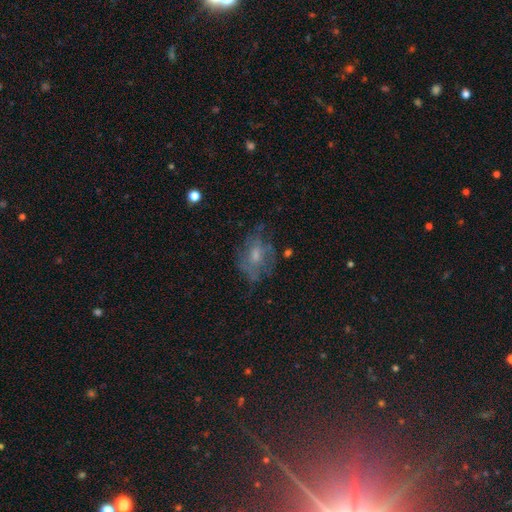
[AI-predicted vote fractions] Morphology: type=featured or disk (54%); edge-on=no (96%); bar=no (69%); spiral arms=no (51%); bulge=small (43%); merging=none (54%).